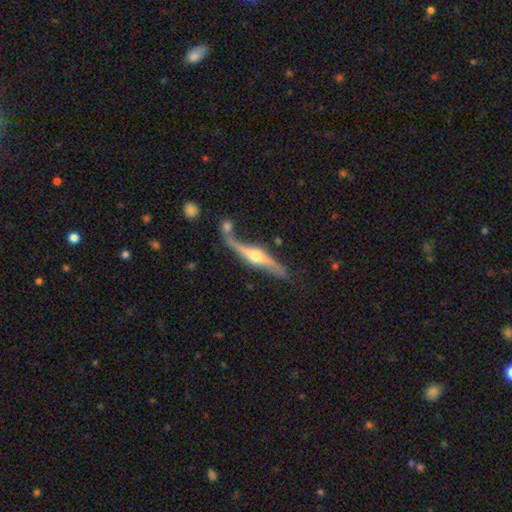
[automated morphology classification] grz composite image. It shows a featured or disk galaxy (78%) viewed edge-on (83%) with a rounded central bulge (93%). Merging: none (48%).